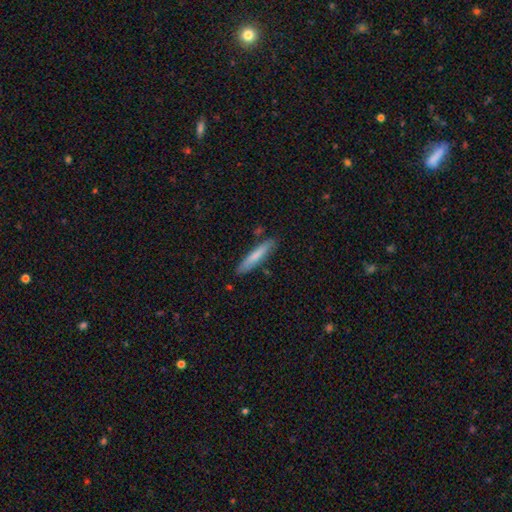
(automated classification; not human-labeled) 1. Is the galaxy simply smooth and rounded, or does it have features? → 73% smooth, 22% featured or disk, 6% star or artifact.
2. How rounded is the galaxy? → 91% cigar-shaped, 7% in between, 1% round.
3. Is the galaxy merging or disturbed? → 84% none, 11% minor disturbance, 3% merger, 2% major disturbance.